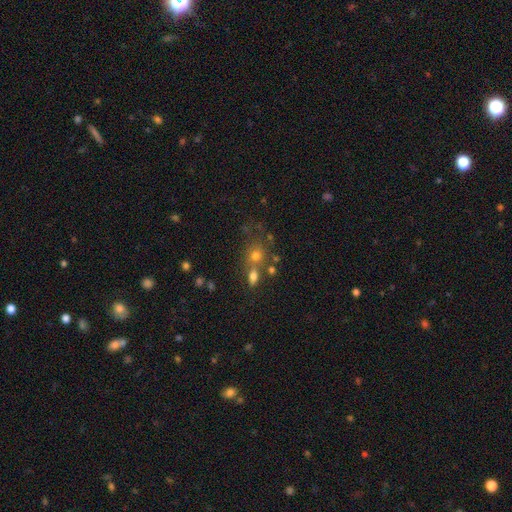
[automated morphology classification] smooth 68%, star or artifact 18%, featured or disk 14%. Down the decision tree: how rounded — round (72%); merging — none (51%).